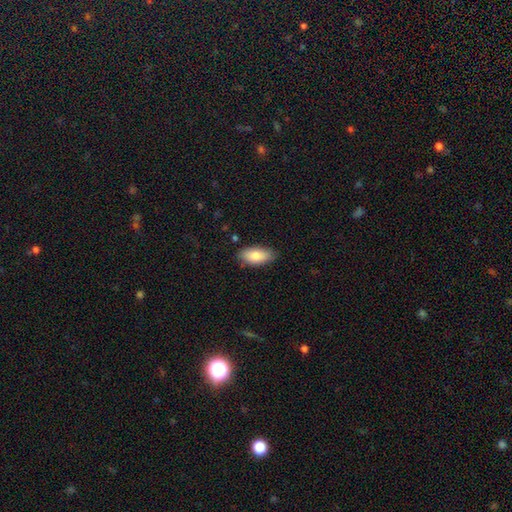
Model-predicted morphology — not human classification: Q: Smooth or featured?
A: smooth (82%); runner-up: featured or disk (12%)
Q: How rounded?
A: in between (90%); runner-up: cigar-shaped (8%)
Q: Merging?
A: none (83%); runner-up: minor disturbance (14%)